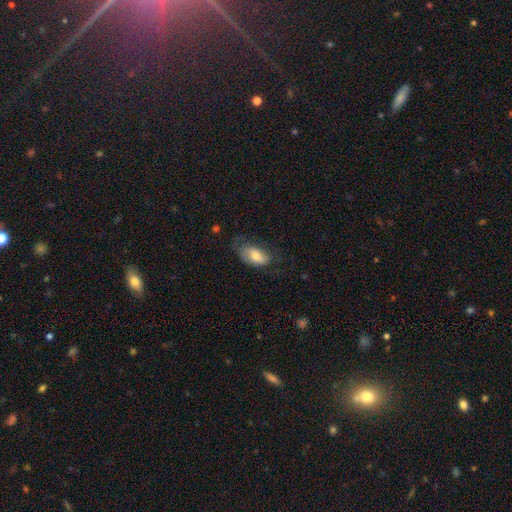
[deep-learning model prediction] The model was most divided on "merging": none: 47%, minor disturbance: 32%, major disturbance: 19%, merger: 2%. More confident: how rounded — in between (92%); smooth or featured — smooth (75%).